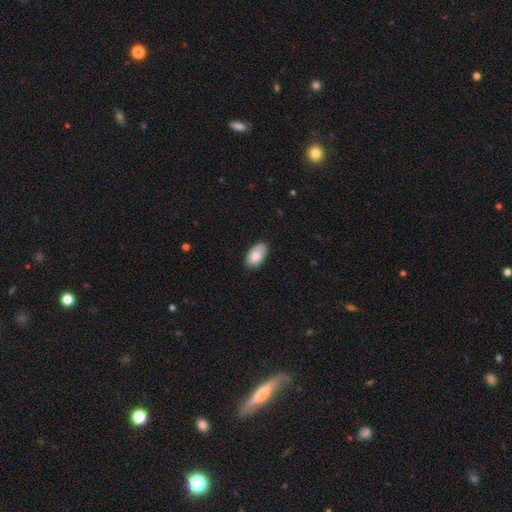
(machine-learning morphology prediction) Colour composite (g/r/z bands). It shows a smooth galaxy with no disk features (81%) that is in between round and cigar-shaped (94%). Merging: none (80%).